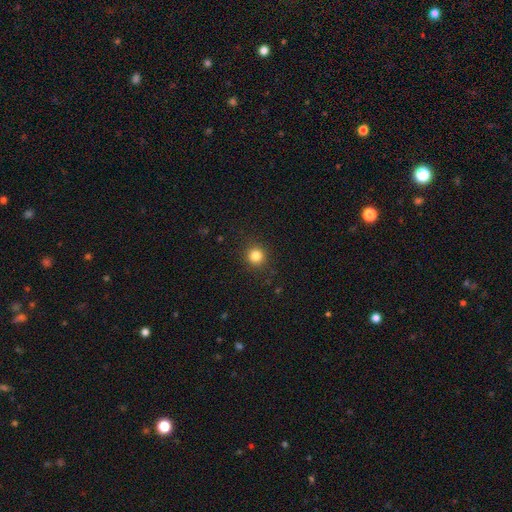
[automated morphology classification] Overall: smooth (83%). How rounded: round (93%). Merging: none (91%).